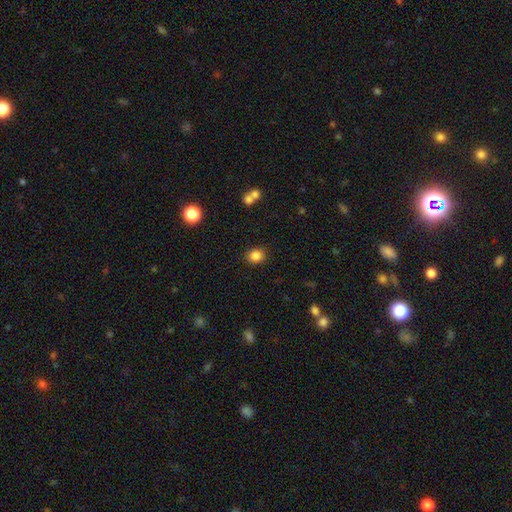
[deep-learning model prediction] Overall: smooth (85%). How rounded: round (70%). Merging: none (88%).